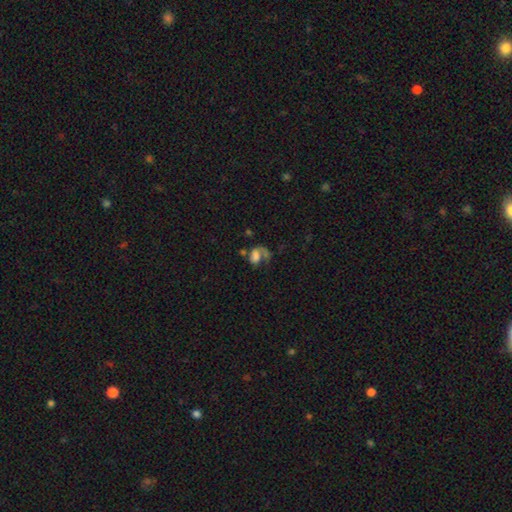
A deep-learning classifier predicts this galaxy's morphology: smooth 48%, featured or disk 38%, star or artifact 14%. Down the decision tree: merging — major disturbance (38%).